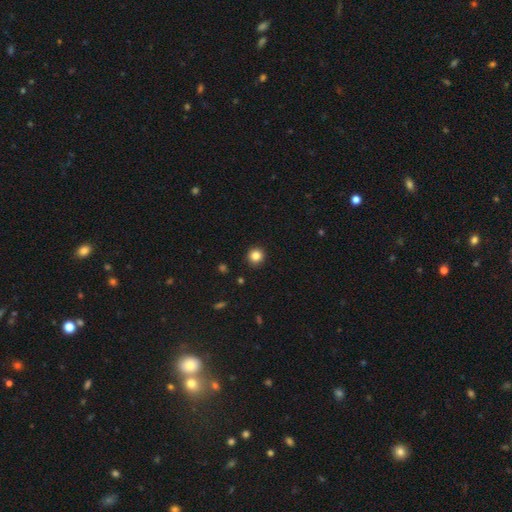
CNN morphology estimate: A smooth galaxy with no disk features (85%) that is round (94%). Merging: none (92%).